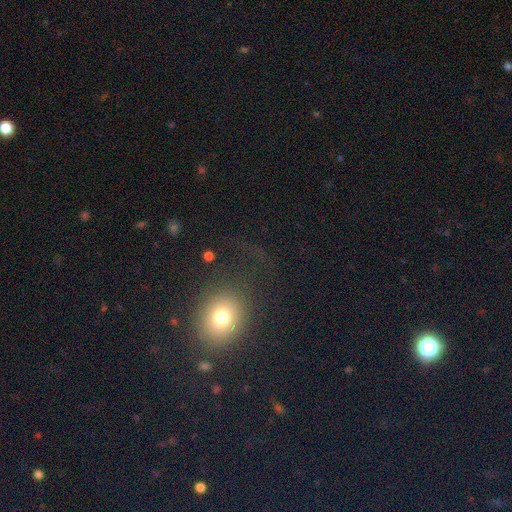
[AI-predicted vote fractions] The model was most divided on "how rounded": round: 62%, in between: 36%, cigar-shaped: 2%. More confident: merging — none (83%); smooth or featured — smooth (64%).